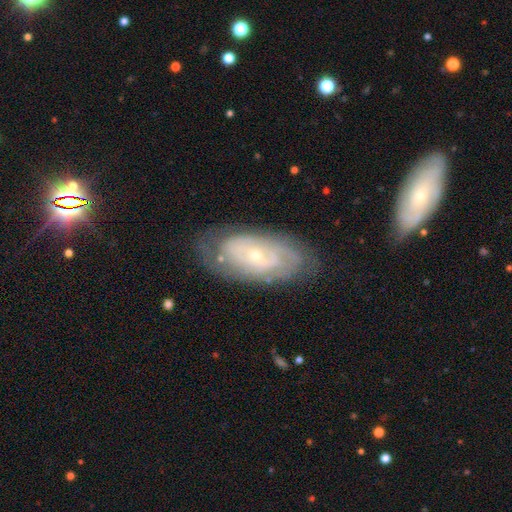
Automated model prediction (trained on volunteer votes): Smooth or featured?
  - featured or disk: 76% *
  - smooth: 17%
  - star or artifact: 7%
Edge-on disk?
  - no: 93% *
  - yes: 7%
Bar?
  - no: 66% *
  - weak: 27%
  - strong: 6%
Spiral arms?
  - yes: 83% *
  - no: 17%
Spiral winding?
  - tight: 68% *
  - medium: 25%
  - loose: 7%
Spiral arm count?
  - can't tell: 51% *
  - 2: 27%
  - 3: 9%
  - 4: 5%
  - 1: 4%
  - more than 4: 3%
Bulge size?
  - small: 74% *
  - moderate: 23%
  - none: 1%
  - large: 1%
  - dominant: 1%
Merging?
  - none: 73% *
  - minor disturbance: 19%
  - major disturbance: 6%
  - merger: 2%